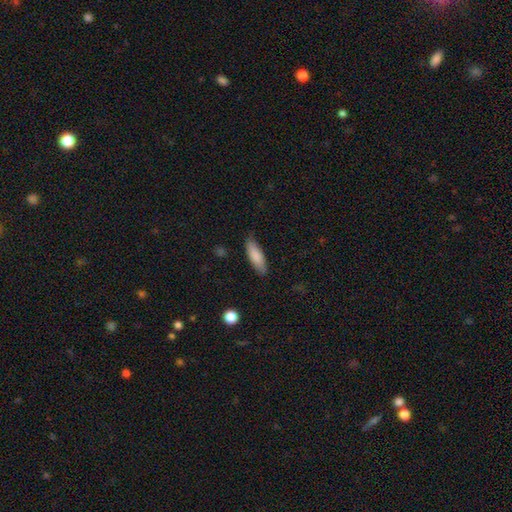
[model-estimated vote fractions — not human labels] Smooth or featured?
  - smooth: 85% *
  - featured or disk: 9%
  - star or artifact: 6%
How rounded?
  - in between: 55% *
  - cigar-shaped: 44%
  - round: 2%
Merging?
  - none: 80% *
  - minor disturbance: 16%
  - major disturbance: 3%
  - merger: 1%